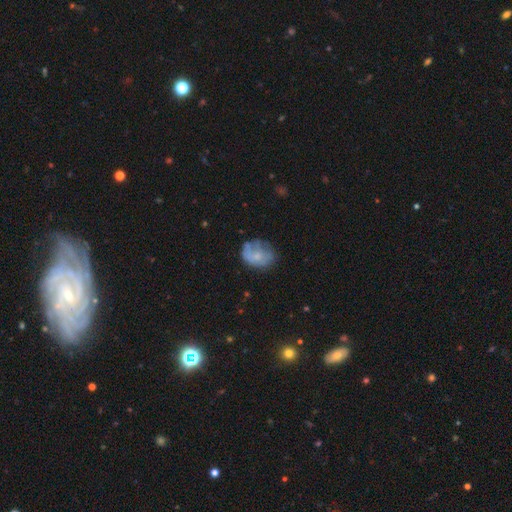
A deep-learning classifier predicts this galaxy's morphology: Smooth or featured?
  - smooth: 53% *
  - featured or disk: 37%
  - star or artifact: 9%
How rounded?
  - in between: 50% *
  - round: 49%
  - cigar-shaped: 1%
Merging?
  - none: 50% *
  - minor disturbance: 28%
  - major disturbance: 18%
  - merger: 4%